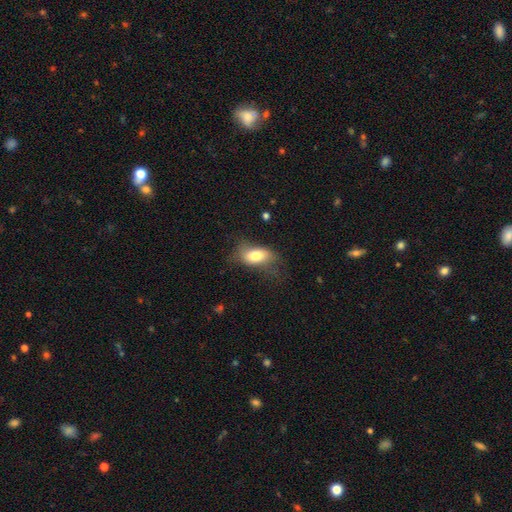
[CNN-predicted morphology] This is likely a smooth galaxy (75%). How rounded: clearly in between (88%). Merging: possibly none (50%).